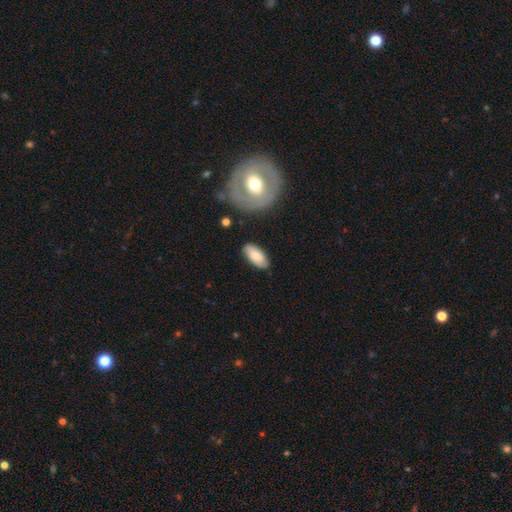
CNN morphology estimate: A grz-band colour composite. It shows a smooth galaxy with no disk features (77%) that is in between round and cigar-shaped (89%). Merging: none (82%).